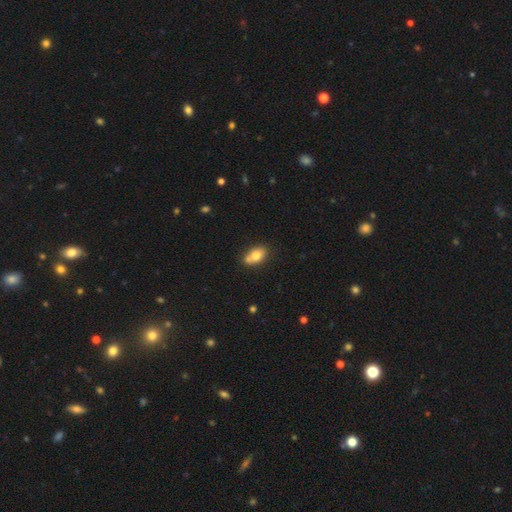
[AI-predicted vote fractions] smooth-or-featured: smooth: 78% | featured or disk: 14% | star or artifact: 8%
  how-rounded: in between: 87% | round: 10% | cigar-shaped: 3%
  merging: none: 57% | merger: 20% | minor disturbance: 19% | major disturbance: 4%